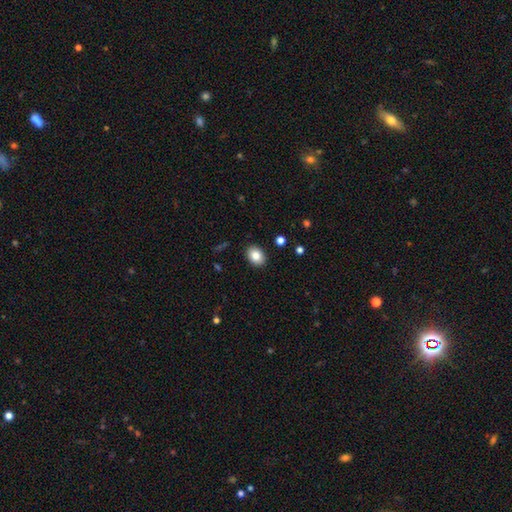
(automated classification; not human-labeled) Morphology: type=smooth (84%); roundness=in between (66%); merging=none (89%).